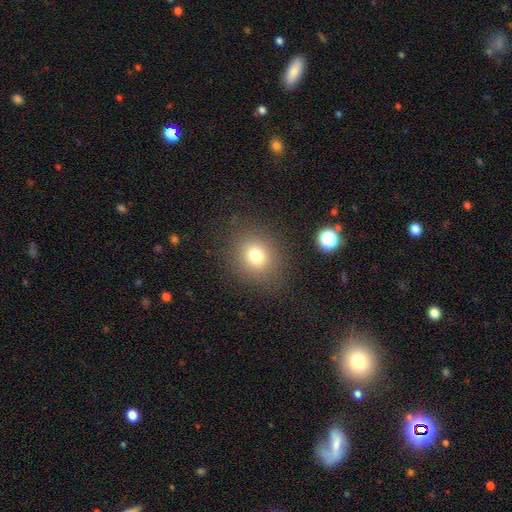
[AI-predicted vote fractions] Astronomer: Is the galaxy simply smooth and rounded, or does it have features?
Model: smooth — 76%.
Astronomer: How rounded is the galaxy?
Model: round — 67%.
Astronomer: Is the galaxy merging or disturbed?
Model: none — 84%.